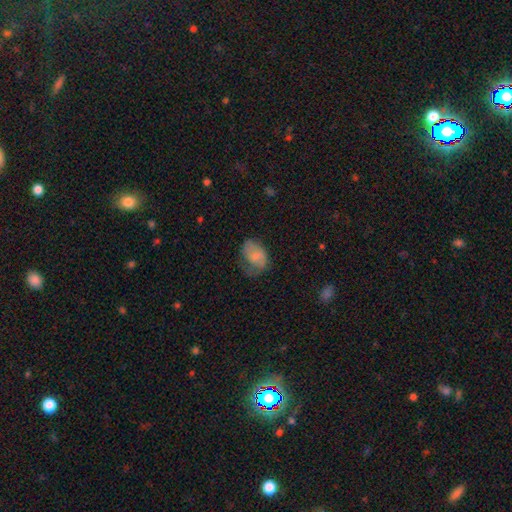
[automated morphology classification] Smooth or featured?
  - smooth: 62% *
  - featured or disk: 30%
  - star or artifact: 8%
How rounded?
  - in between: 81% *
  - round: 18%
  - cigar-shaped: 1%
Merging?
  - none: 39% *
  - minor disturbance: 34%
  - major disturbance: 26%
  - merger: 2%